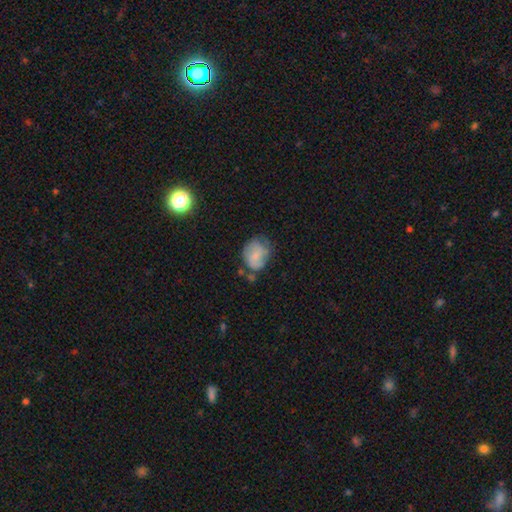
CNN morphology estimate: smooth 67%, featured or disk 24%, star or artifact 9%. Down the decision tree: how rounded — in between (51%); merging — none (44%).